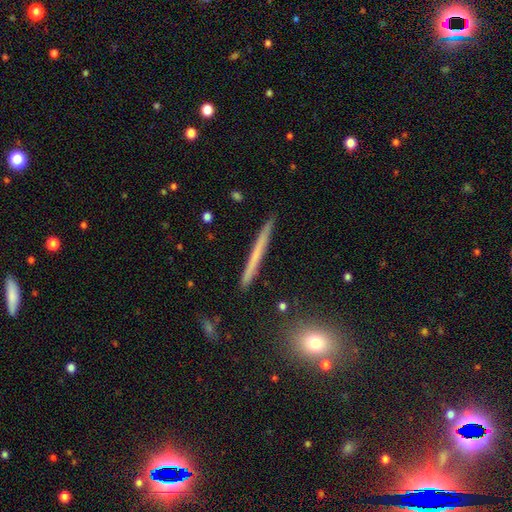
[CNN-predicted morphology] This appears to be a featured or disk galaxy (47%). Merging: none (91%).